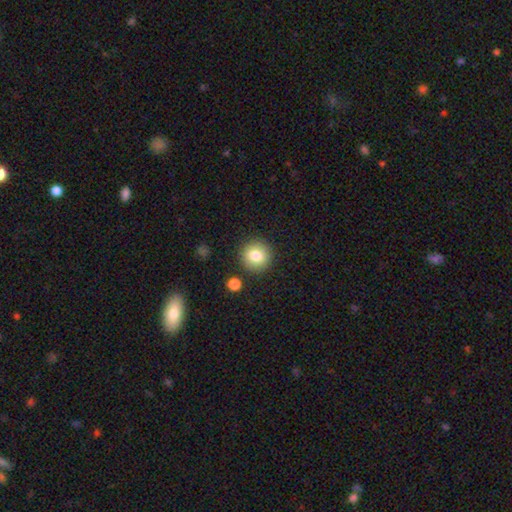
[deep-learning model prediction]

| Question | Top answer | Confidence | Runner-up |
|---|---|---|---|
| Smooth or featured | smooth | 81% | star or artifact (10%) |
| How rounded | round | 93% | in between (6%) |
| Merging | none | 88% | minor disturbance (7%) |